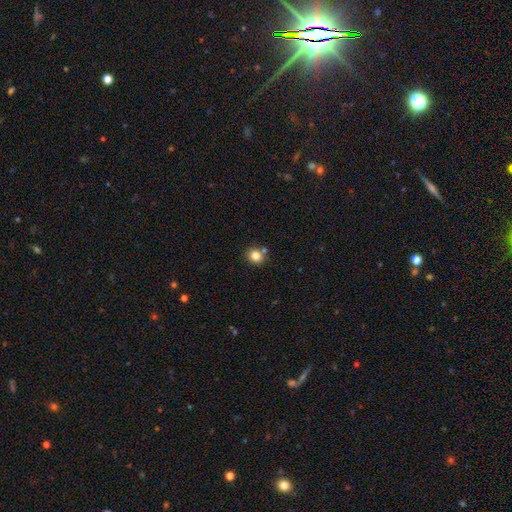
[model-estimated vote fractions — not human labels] A smooth galaxy with no disk features (82%) that is round (75%). Merging: none (75%).